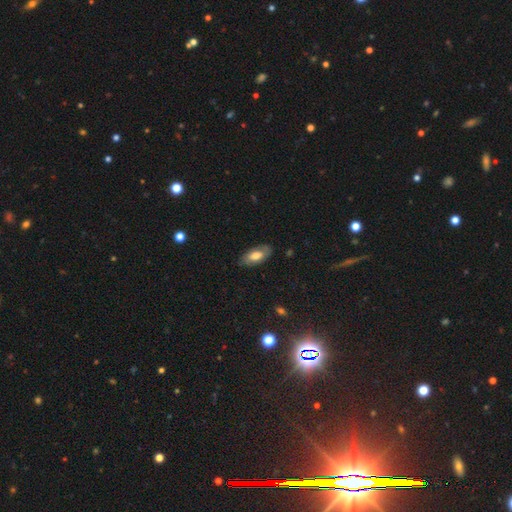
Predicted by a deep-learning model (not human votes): Smooth or featured?
  - smooth: 61% *
  - featured or disk: 32%
  - star or artifact: 6%
How rounded?
  - in between: 89% *
  - cigar-shaped: 9%
  - round: 3%
Merging?
  - none: 81% *
  - minor disturbance: 15%
  - major disturbance: 3%
  - merger: 1%